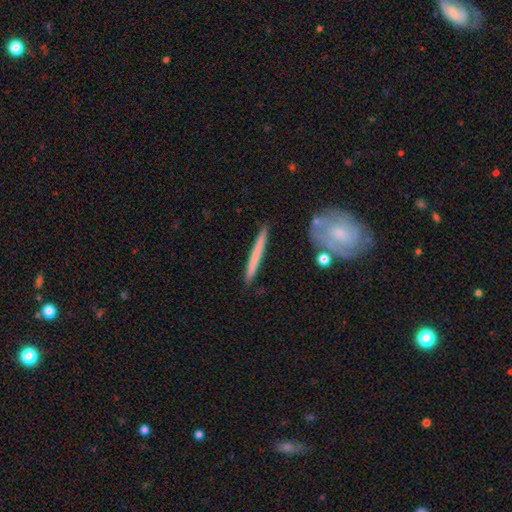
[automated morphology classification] smooth-or-featured: smooth: 57% | featured or disk: 38% | star or artifact: 5%
  how-rounded: cigar-shaped: 96% | in between: 2% | round: 2%
  merging: none: 88% | minor disturbance: 8% | merger: 3% | major disturbance: 2%